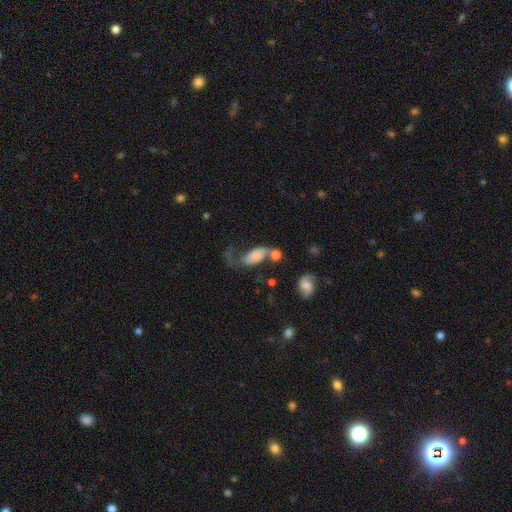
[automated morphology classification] type=smooth (53%); roundness=in between (87%); merging=major disturbance (31%, tied with merger).